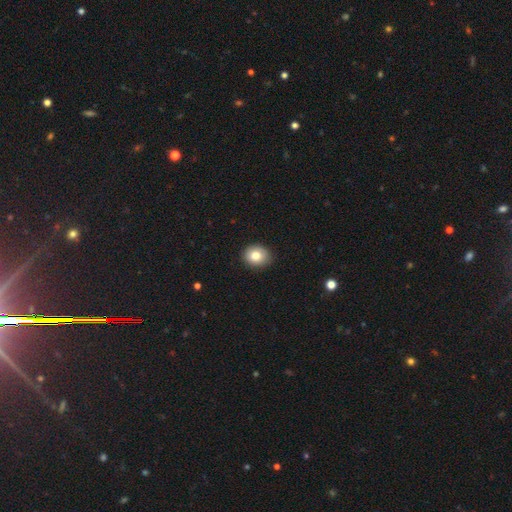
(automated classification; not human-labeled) Morphology: type=smooth (81%); roundness=round (67%); merging=none (87%).